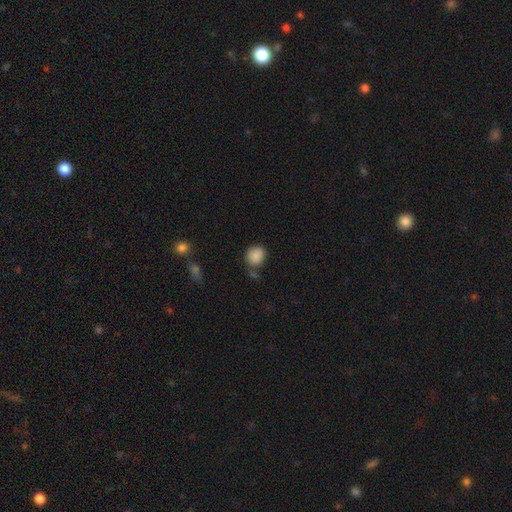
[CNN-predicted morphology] smooth 87%, star or artifact 9%, featured or disk 4%. Down the decision tree: how rounded — round (71%); merging — none (65%).